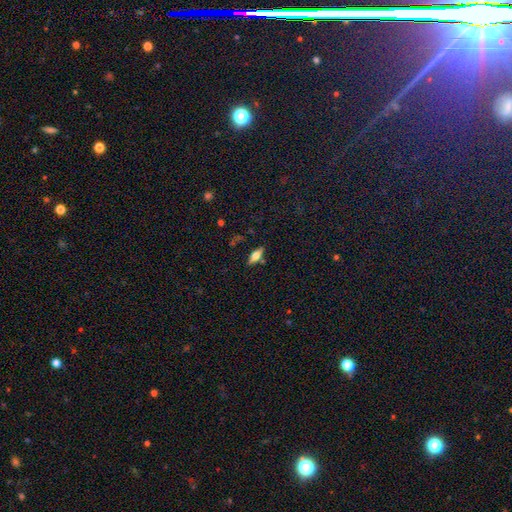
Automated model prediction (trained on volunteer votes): This is possibly a smooth galaxy (52%). How rounded: likely in between (68%). Merging: likely none (78%).